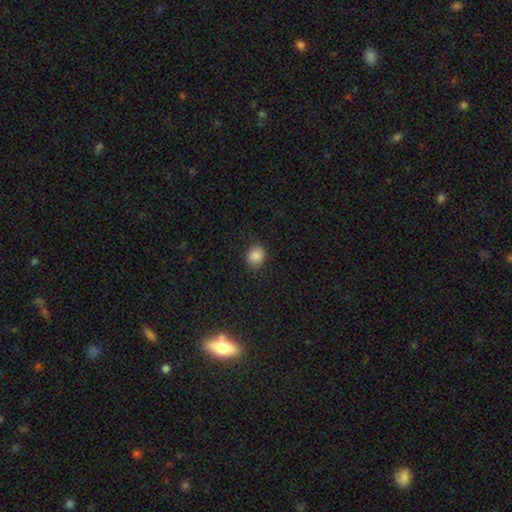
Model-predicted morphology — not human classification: Smooth or featured? Predicted: smooth (p=0.85). How rounded? Predicted: round (p=0.65). Merging? Predicted: none (p=0.84).